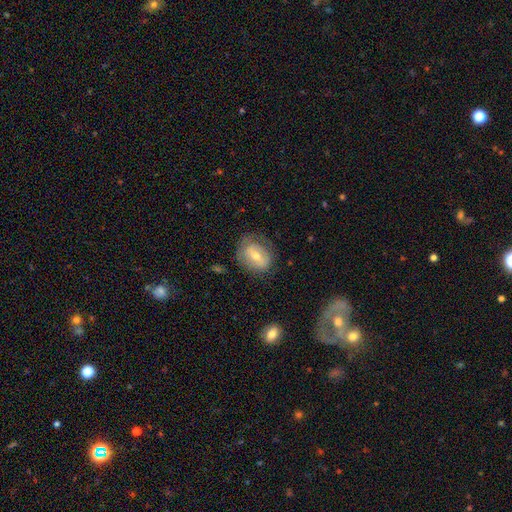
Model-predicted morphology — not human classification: This is possibly a featured or disk galaxy (49%). Merging: likely none (71%).